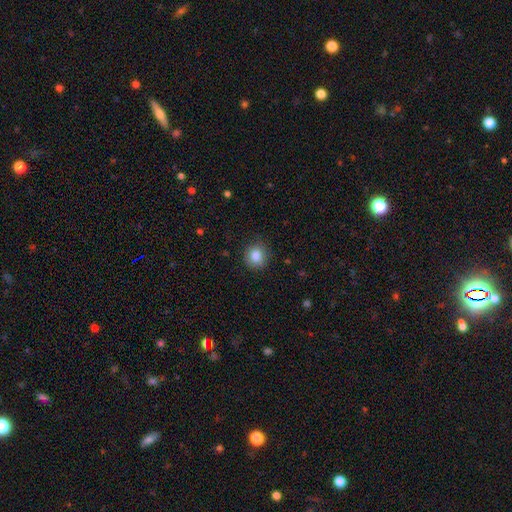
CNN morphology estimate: smooth_or_featured: smooth (p=0.84) [alt: star or artifact p=0.10]
how_rounded: round (p=0.87) [alt: in between p=0.12]
merging: none (p=0.86) [alt: minor disturbance p=0.11]